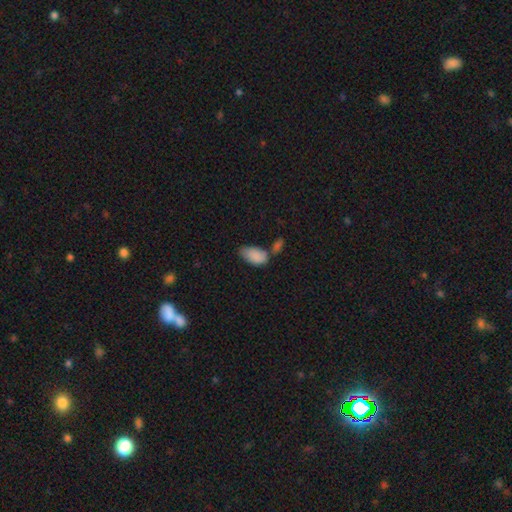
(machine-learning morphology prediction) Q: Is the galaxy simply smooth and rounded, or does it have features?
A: smooth — 86%.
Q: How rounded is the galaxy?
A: in between — 94%.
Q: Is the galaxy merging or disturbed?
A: none — 42%.